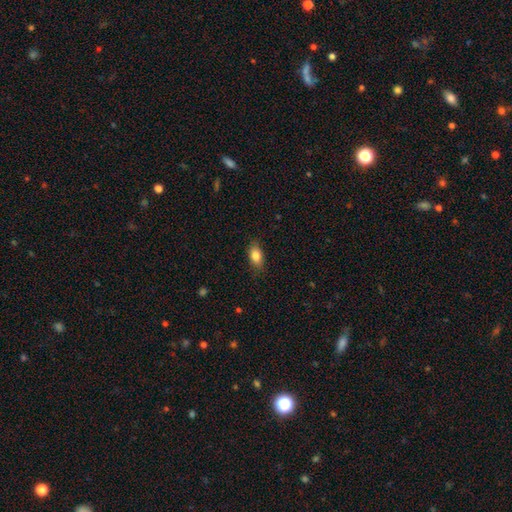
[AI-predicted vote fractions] This appears to be a smooth galaxy with no disk features (82%) that is in between round and cigar-shaped (86%). Merging: none (83%).